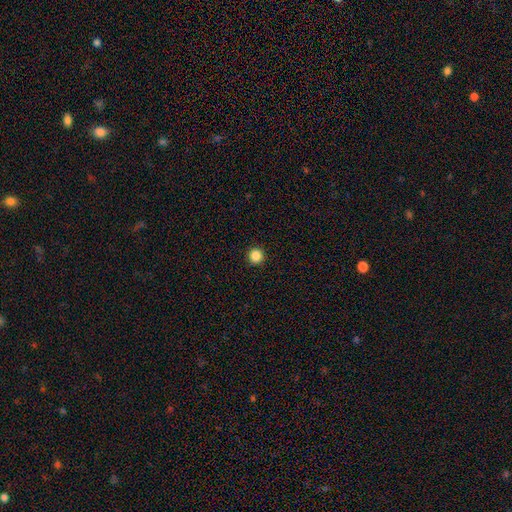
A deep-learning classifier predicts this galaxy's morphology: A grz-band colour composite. It shows a smooth galaxy with no disk features (86%) that is round (95%). Merging: none (93%).